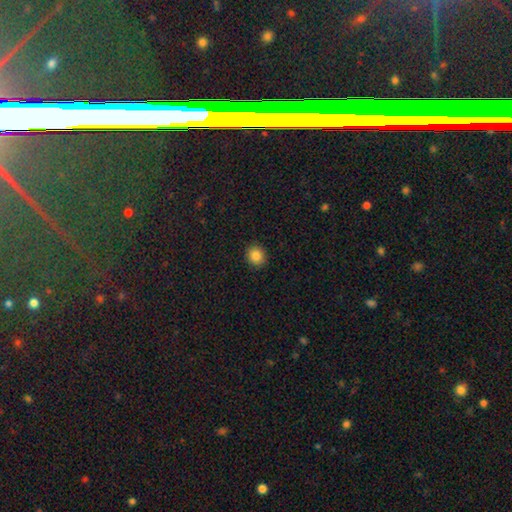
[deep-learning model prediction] A smooth galaxy with no disk features (85%) that is round (84%).

Vote fractions:
- Smooth or featured? smooth: 85% / star or artifact: 11% / featured or disk: 5%
- How rounded? round: 84% / in between: 15% / cigar-shaped: 1%
- Merging? none: 91% / minor disturbance: 6% / major disturbance: 2% / merger: 1%